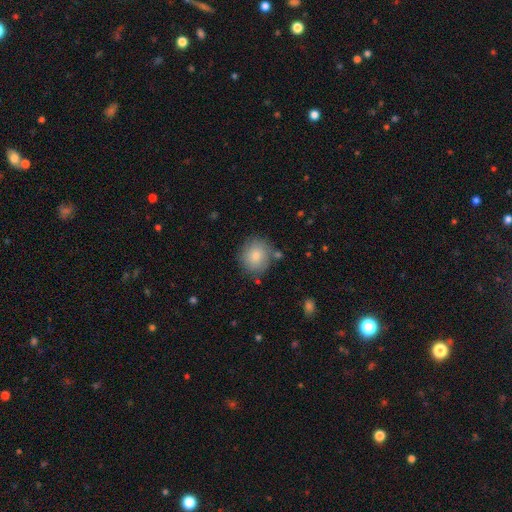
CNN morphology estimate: A smooth galaxy with no disk features (77%) that is round (85%). Merging: none (76%).